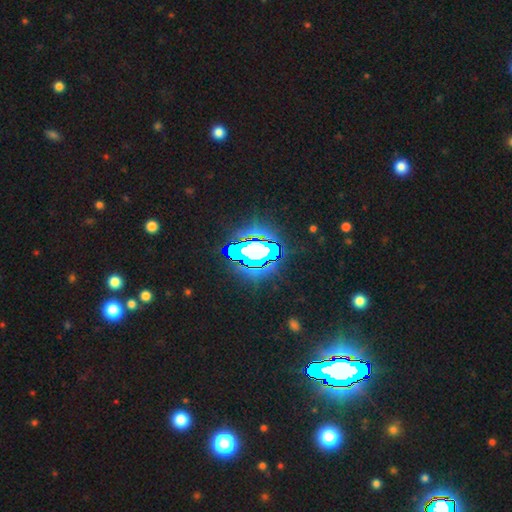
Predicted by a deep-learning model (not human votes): smooth_or_featured: star or artifact (p=0.65) [alt: featured or disk p=0.18]